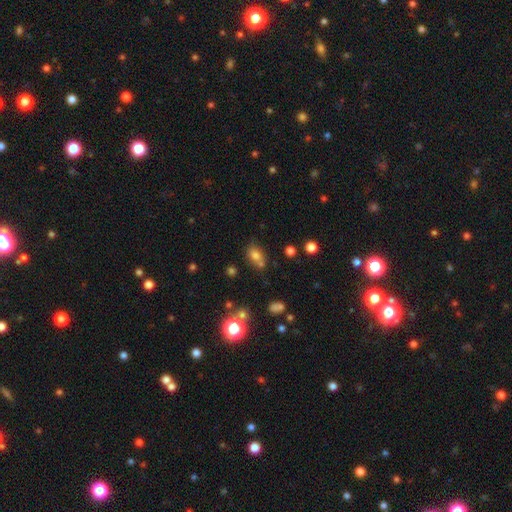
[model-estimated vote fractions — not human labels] This is likely a smooth galaxy (74%). How rounded: likely in between (72%). Merging: possibly none (56%).